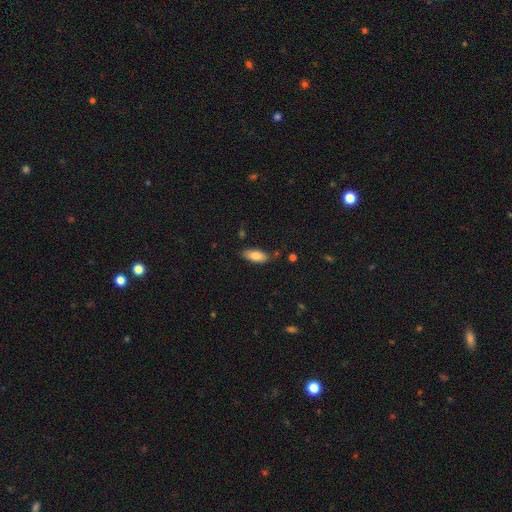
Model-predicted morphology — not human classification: smooth-or-featured: smooth: 82% | featured or disk: 12% | star or artifact: 7%
  how-rounded: in between: 83% | cigar-shaped: 15% | round: 2%
  merging: none: 81% | minor disturbance: 14% | major disturbance: 3% | merger: 2%